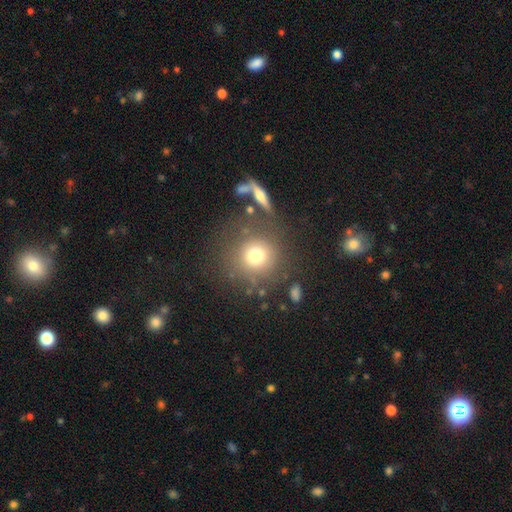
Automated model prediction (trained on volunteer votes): Overall: smooth (74%). How rounded: round (91%). Merging: none (75%).